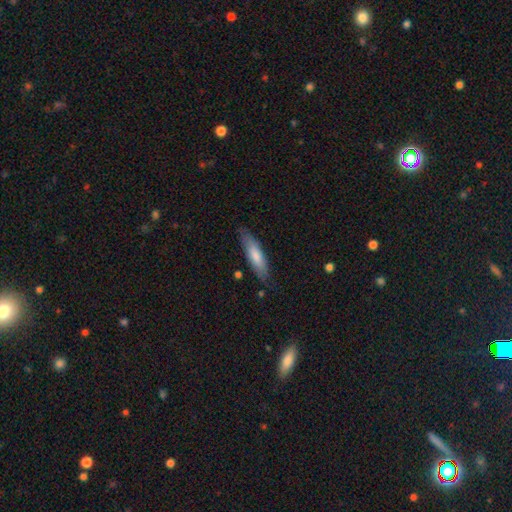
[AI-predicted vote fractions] This is likely a smooth galaxy (75%). How rounded: likely cigar-shaped (61%). Merging: likely none (79%).